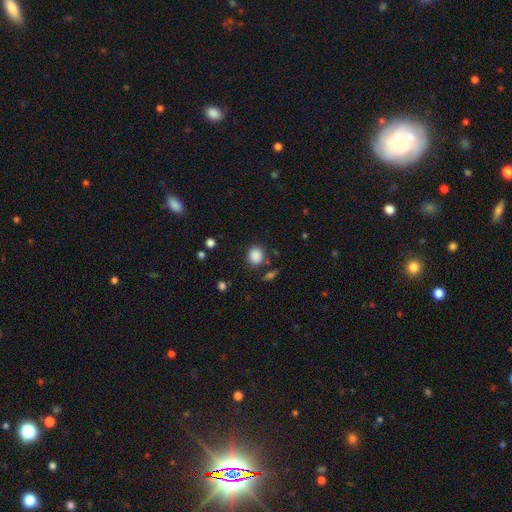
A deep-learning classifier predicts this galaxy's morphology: type=smooth (87%); roundness=round (72%); merging=none (80%).